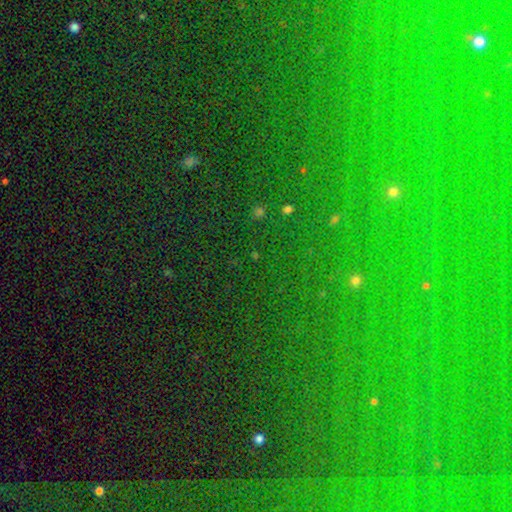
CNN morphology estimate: type=star or artifact (65%).